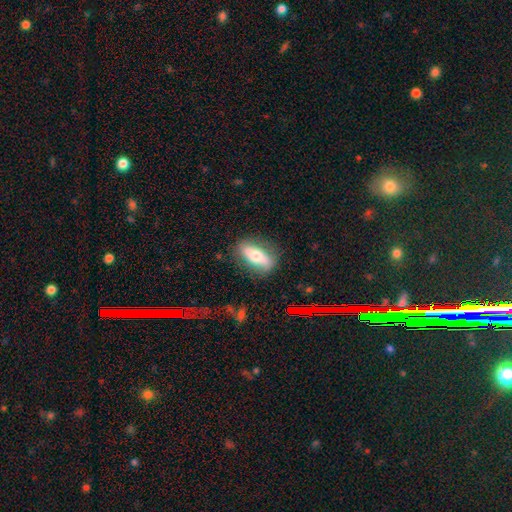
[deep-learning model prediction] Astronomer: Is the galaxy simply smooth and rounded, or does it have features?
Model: smooth — 58% (runner-up: featured or disk, 35%).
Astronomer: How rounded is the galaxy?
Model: in between — 79%.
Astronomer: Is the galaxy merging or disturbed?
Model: none — 79%.